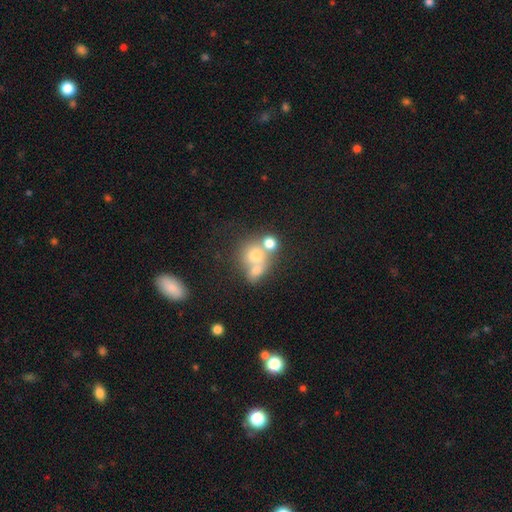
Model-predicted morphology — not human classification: smooth 67%, featured or disk 20%, star or artifact 14%. Down the decision tree: how rounded — round (76%); merging — merger (57%).